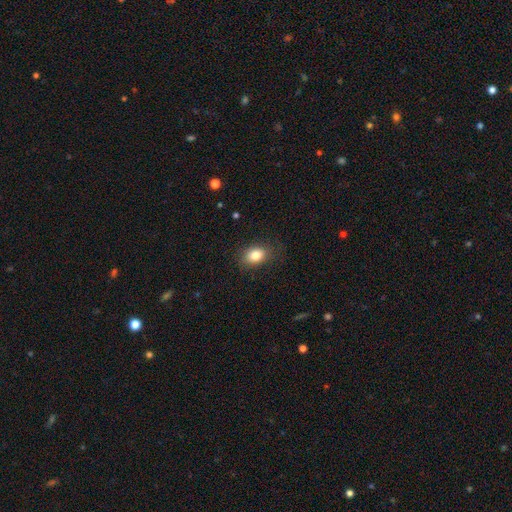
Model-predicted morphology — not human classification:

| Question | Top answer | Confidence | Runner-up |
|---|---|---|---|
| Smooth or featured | smooth | 83% | star or artifact (9%) |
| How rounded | in between | 76% | round (23%) |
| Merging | none | 79% | minor disturbance (16%) |